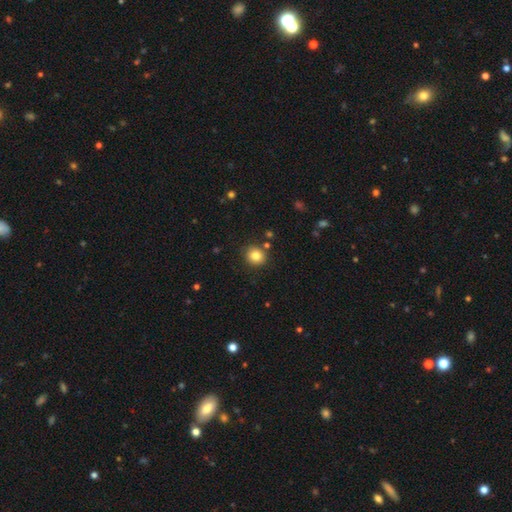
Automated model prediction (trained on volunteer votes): Morphology: type=smooth (83%); roundness=round (87%); merging=none (87%).